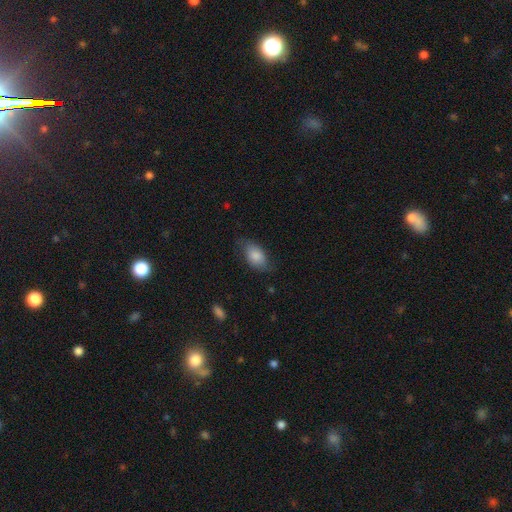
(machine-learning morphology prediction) smooth 80%, featured or disk 13%, star or artifact 6%. Down the decision tree: how rounded — in between (91%); merging — none (68%).